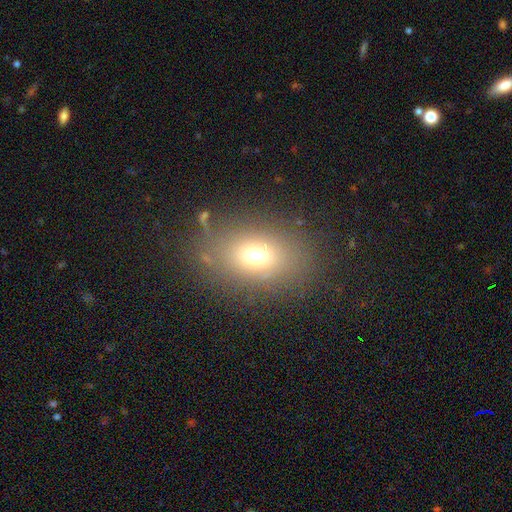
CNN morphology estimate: This is likely a smooth galaxy (67%). How rounded: likely in between (67%). Merging: likely none (76%).